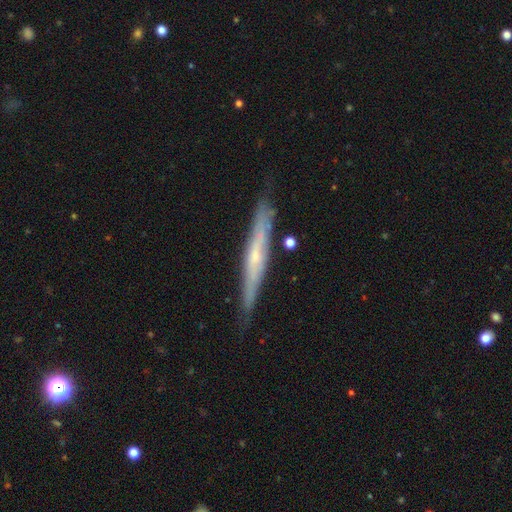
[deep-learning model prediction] This appears to be a featured or disk galaxy (63%) viewed edge-on (91%) with no central bulge (52%). Merging: none (80%).